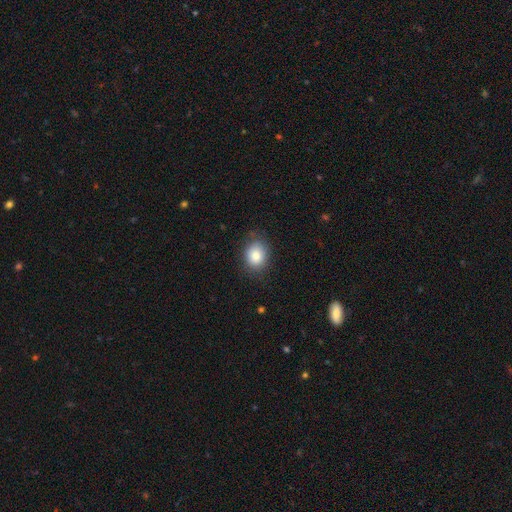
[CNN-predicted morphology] Smooth or featured? smooth (84%)
How rounded? round (51%)
Merging? none (80%)